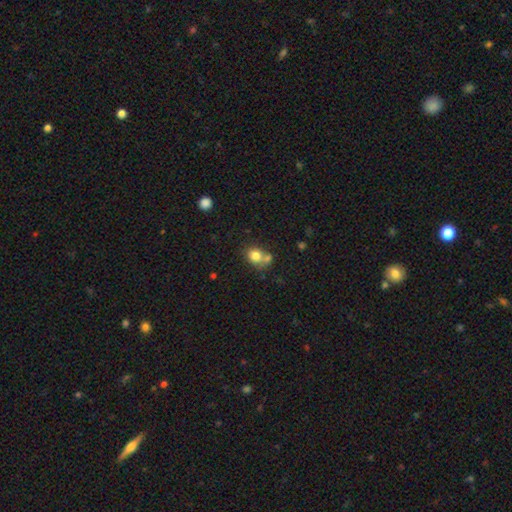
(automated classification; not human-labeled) A smooth galaxy with no disk features (79%) that is round (68%).

Vote fractions:
- Smooth or featured? smooth: 79% / star or artifact: 11% / featured or disk: 10%
- How rounded? round: 68% / in between: 31% / cigar-shaped: 1%
- Merging? none: 48% / merger: 35% / minor disturbance: 12% / major disturbance: 5%